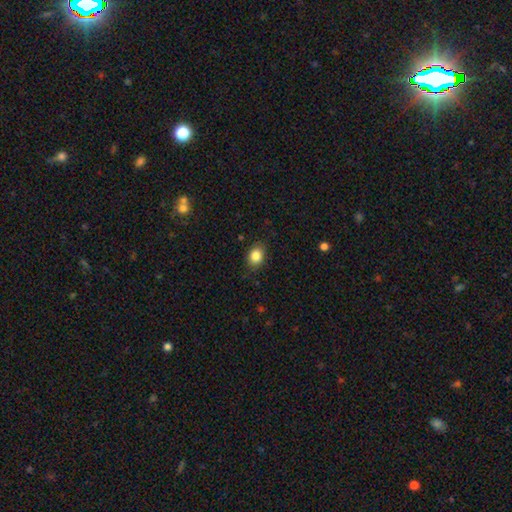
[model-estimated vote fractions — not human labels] Smooth or featured? smooth (85%)
How rounded? in between (59%)
Merging? none (84%)